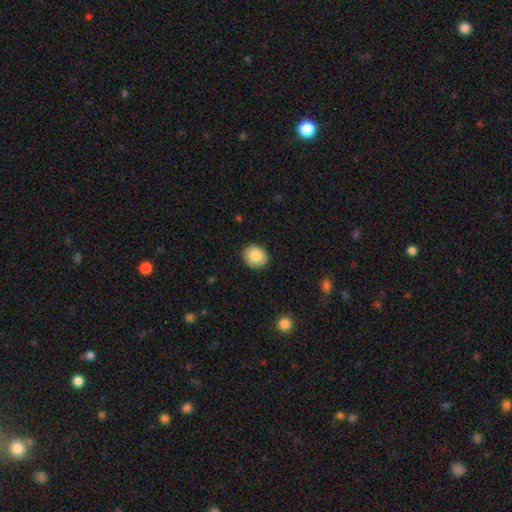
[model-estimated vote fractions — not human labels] Overall: smooth (84%). How rounded: round (79%). Merging: none (90%).